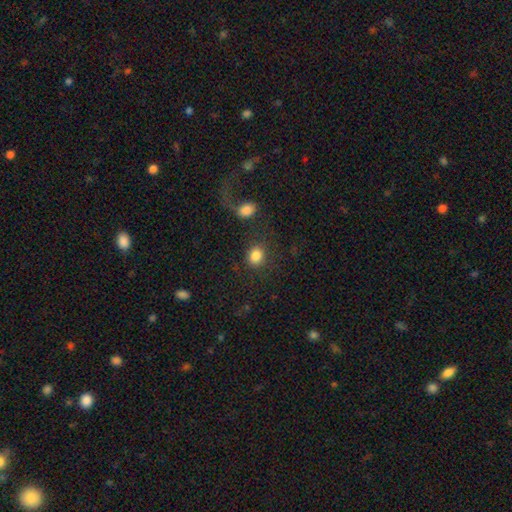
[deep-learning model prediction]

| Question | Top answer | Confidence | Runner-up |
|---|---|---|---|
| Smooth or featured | smooth | 85% | star or artifact (9%) |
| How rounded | round | 69% | in between (30%) |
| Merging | none | 73% | merger (10%) |